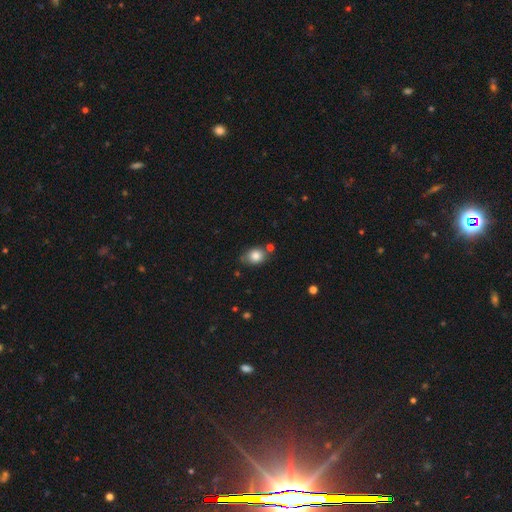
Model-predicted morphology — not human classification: smooth_or_featured: smooth (p=0.83) [alt: star or artifact p=0.09]
how_rounded: in between (p=0.54) [alt: round p=0.45]
merging: none (p=0.66) [alt: minor disturbance p=0.20]